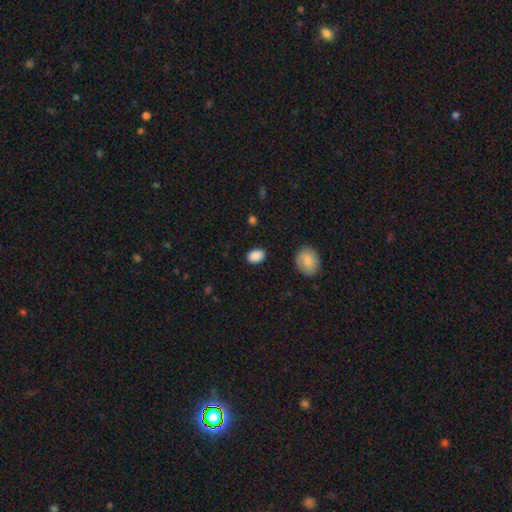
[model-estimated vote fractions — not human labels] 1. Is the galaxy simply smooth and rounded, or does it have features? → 89% smooth, 7% star or artifact, 4% featured or disk.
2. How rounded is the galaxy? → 81% in between, 18% round, 1% cigar-shaped.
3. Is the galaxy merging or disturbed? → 86% none, 10% minor disturbance, 2% major disturbance, 1% merger.